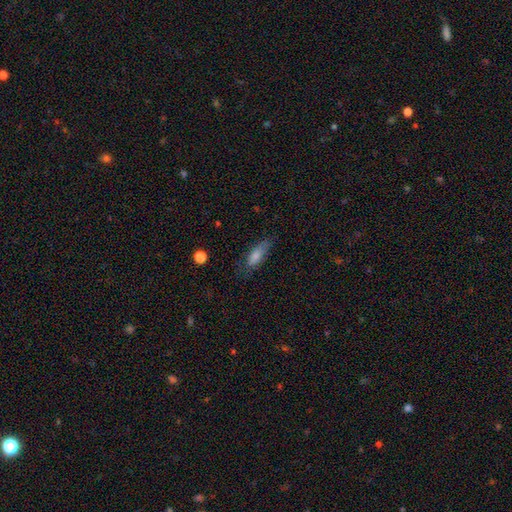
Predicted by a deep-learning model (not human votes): Smooth or featured: smooth — 78% (featured or disk — 15%)
How rounded: in between — 65% (cigar-shaped — 33%)
Merging: none — 64% (minor disturbance — 25%)